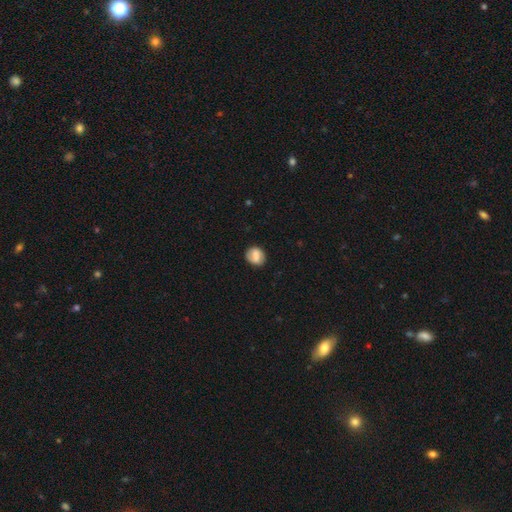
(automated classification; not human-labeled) Q: Smooth or featured?
A: smooth (69%); runner-up: featured or disk (23%)
Q: How rounded?
A: round (66%); runner-up: in between (33%)
Q: Merging?
A: none (81%); runner-up: minor disturbance (13%)